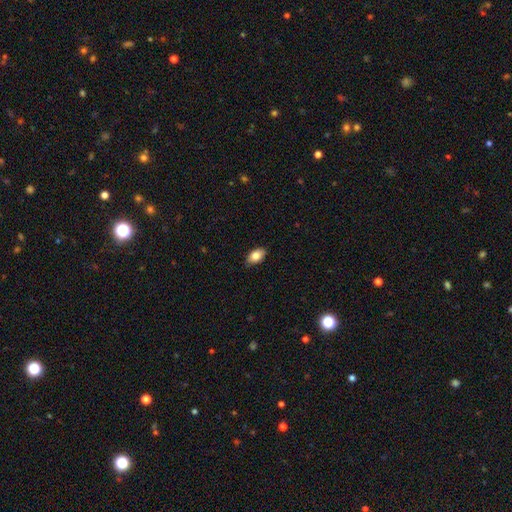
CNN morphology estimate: This is clearly a smooth galaxy (83%). How rounded: clearly in between (92%). Merging: clearly none (88%).